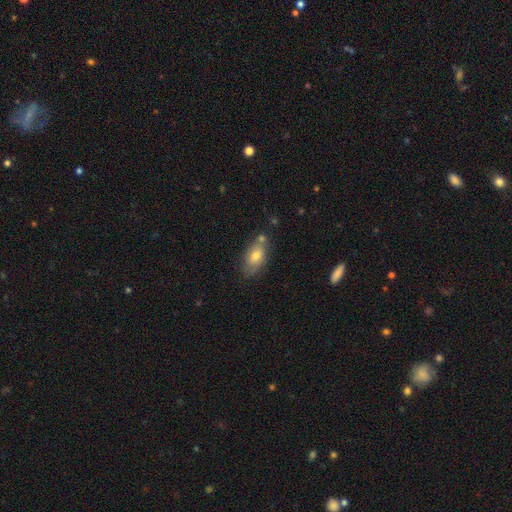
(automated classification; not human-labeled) smooth-or-featured: smooth: 70% | featured or disk: 22% | star or artifact: 8%
  how-rounded: in between: 88% | cigar-shaped: 7% | round: 5%
  merging: none: 66% | minor disturbance: 19% | merger: 10% | major disturbance: 5%